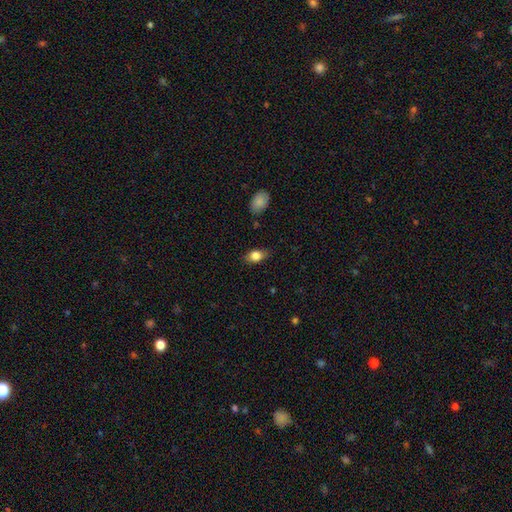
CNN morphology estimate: A smooth galaxy with no disk features (81%) that is in between round and cigar-shaped (82%). Merging: none (81%).